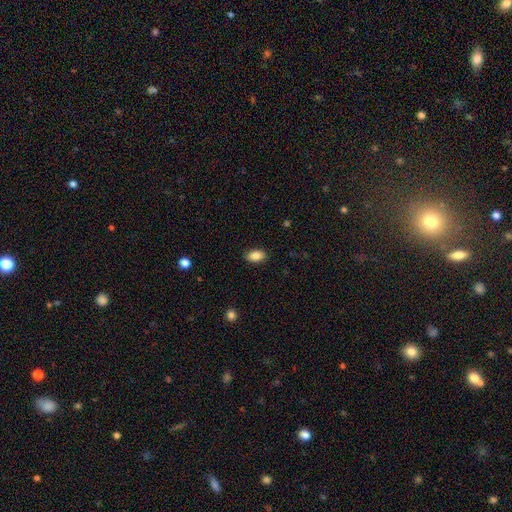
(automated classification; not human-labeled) Morphology: type=smooth (85%); roundness=in between (91%); merging=none (88%).